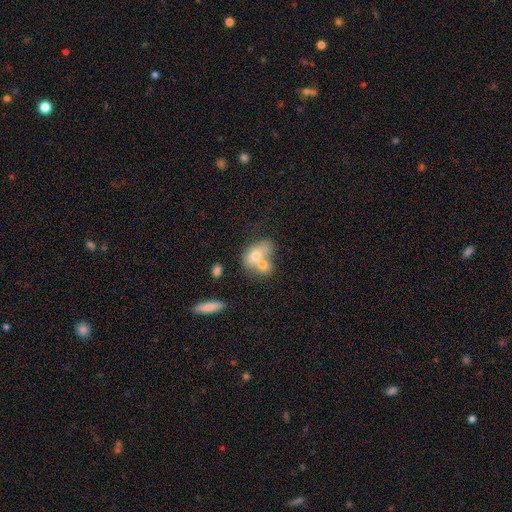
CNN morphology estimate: Smooth or featured?
  - smooth: 66% *
  - featured or disk: 26%
  - star or artifact: 8%
How rounded?
  - in between: 75% *
  - round: 22%
  - cigar-shaped: 3%
Merging?
  - merger: 70% *
  - none: 17%
  - minor disturbance: 8%
  - major disturbance: 5%